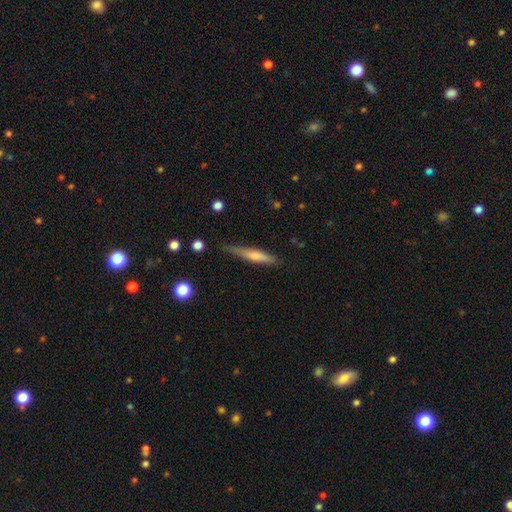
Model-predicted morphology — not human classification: A smooth galaxy with no disk features (56%) that is cigar-shaped (90%). Merging: none (70%).